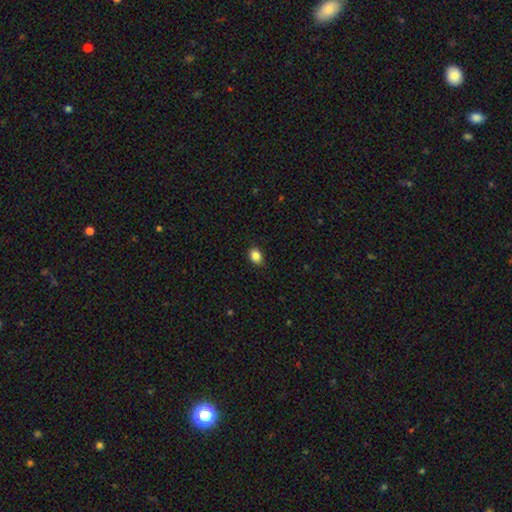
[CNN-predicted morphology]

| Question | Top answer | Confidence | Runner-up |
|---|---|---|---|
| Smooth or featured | smooth | 86% | star or artifact (10%) |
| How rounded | in between | 60% | round (39%) |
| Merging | none | 87% | minor disturbance (10%) |